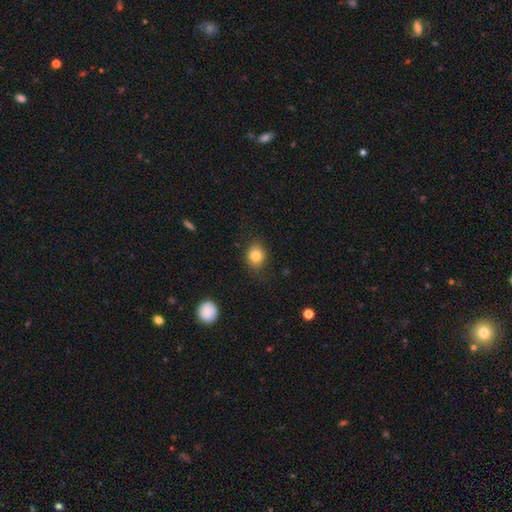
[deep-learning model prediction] This is clearly a smooth galaxy (83%). How rounded: likely round (63%). Merging: clearly none (82%).